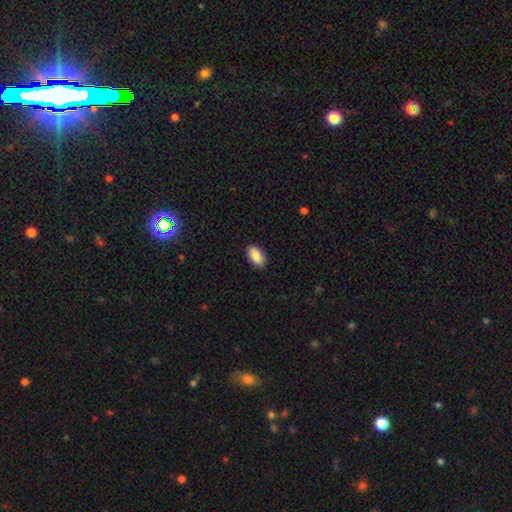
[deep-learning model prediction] The model was most divided on "merging": none: 88%, minor disturbance: 9%, major disturbance: 2%, merger: 1%. More confident: how rounded — in between (94%); smooth or featured — smooth (87%).